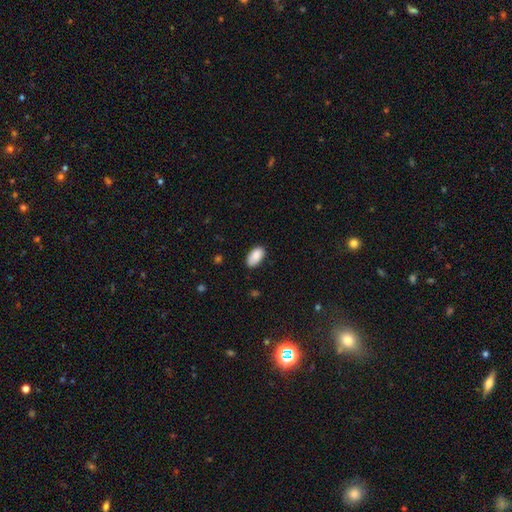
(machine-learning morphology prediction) A smooth galaxy with no disk features (89%) that is in between round and cigar-shaped (95%). Merging: none (80%).